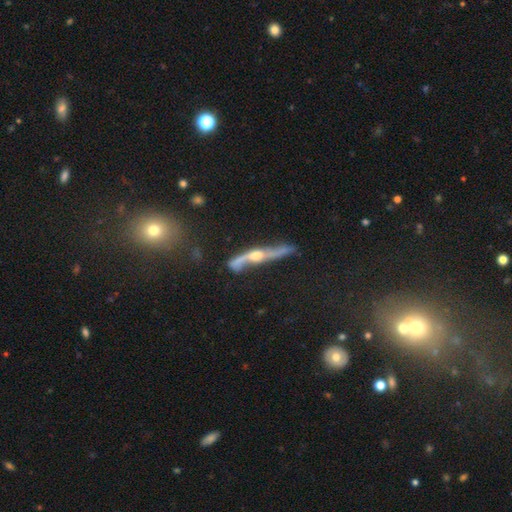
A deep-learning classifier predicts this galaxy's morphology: Smooth or featured? Predicted: featured or disk (p=0.79). Edge-on disk? Predicted: yes (p=0.67). Edge-on bulge? Predicted: rounded (p=0.85). Merging? Predicted: none (p=0.54).